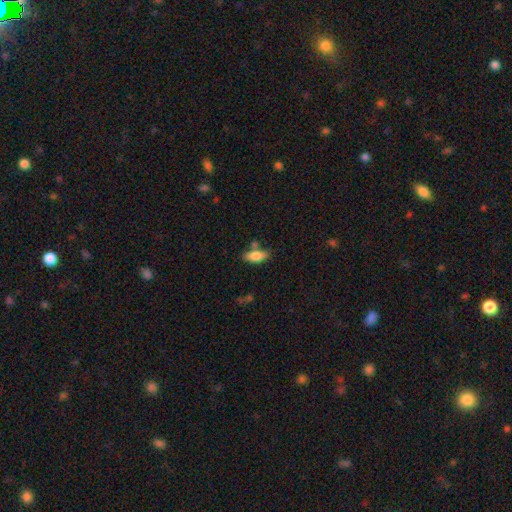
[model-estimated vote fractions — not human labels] Q: Smooth or featured?
A: smooth (80%); runner-up: featured or disk (13%)
Q: How rounded?
A: in between (78%); runner-up: cigar-shaped (20%)
Q: Merging?
A: none (65%); runner-up: minor disturbance (17%)